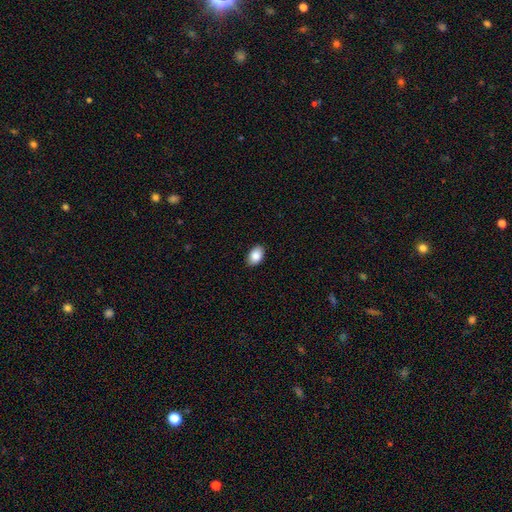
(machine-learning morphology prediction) smooth-or-featured: smooth: 88% | star or artifact: 7% | featured or disk: 5%
  how-rounded: in between: 88% | round: 11% | cigar-shaped: 1%
  merging: none: 87% | minor disturbance: 10% | major disturbance: 2% | merger: 1%